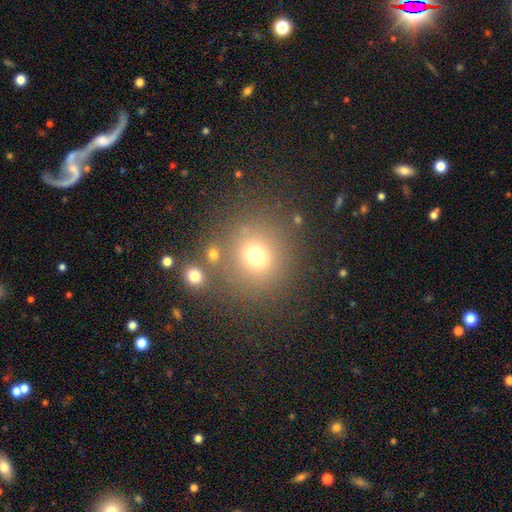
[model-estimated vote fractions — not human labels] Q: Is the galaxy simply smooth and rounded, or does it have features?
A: smooth — 71%.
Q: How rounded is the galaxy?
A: round — 87%.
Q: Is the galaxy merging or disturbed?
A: none — 77%.